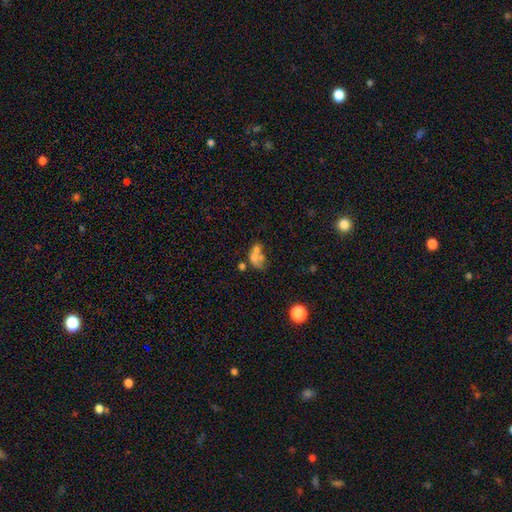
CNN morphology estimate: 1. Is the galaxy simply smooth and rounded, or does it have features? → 56% smooth, 29% featured or disk, 15% star or artifact.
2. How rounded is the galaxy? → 70% in between, 26% round, 3% cigar-shaped.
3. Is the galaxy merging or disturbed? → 49% merger, 26% none, 13% major disturbance, 12% minor disturbance.